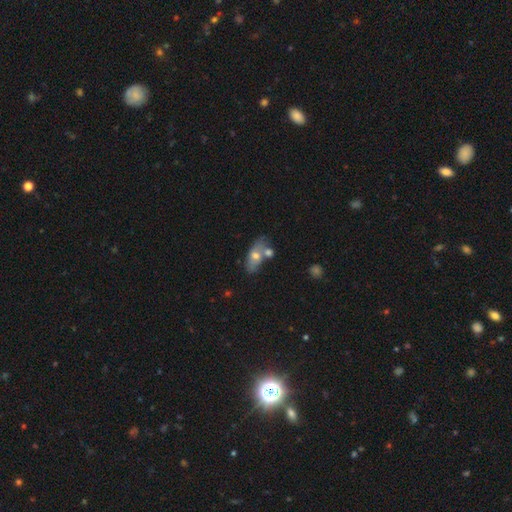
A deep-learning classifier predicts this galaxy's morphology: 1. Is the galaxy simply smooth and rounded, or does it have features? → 59% smooth, 34% featured or disk, 7% star or artifact.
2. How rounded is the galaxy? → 84% in between, 10% cigar-shaped, 6% round.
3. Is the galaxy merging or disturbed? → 46% none, 31% merger, 17% minor disturbance, 6% major disturbance.